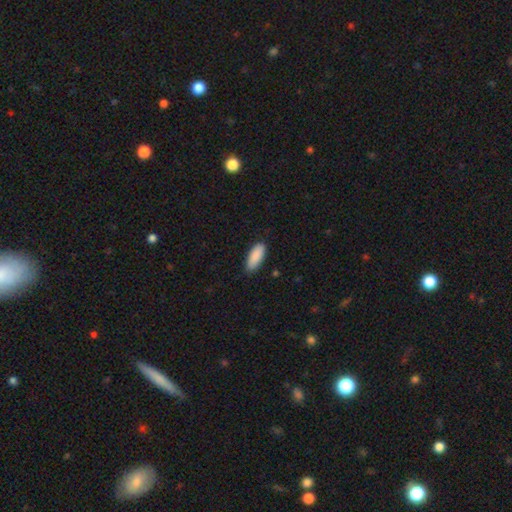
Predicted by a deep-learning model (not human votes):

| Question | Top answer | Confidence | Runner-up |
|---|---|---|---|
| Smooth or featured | smooth | 90% | star or artifact (6%) |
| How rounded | in between | 80% | cigar-shaped (19%) |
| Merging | none | 85% | minor disturbance (12%) |